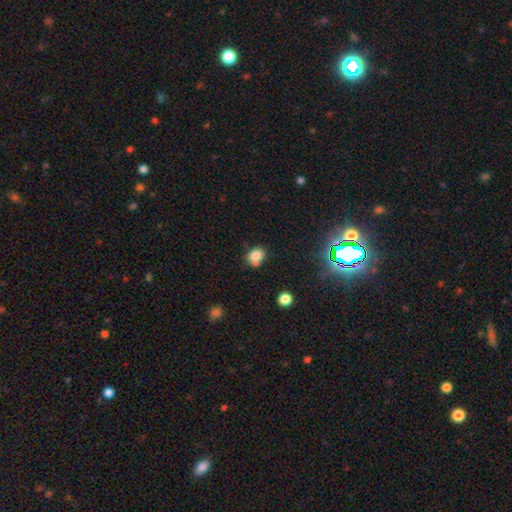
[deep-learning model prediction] Smooth or featured?
  - smooth: 78% *
  - star or artifact: 12%
  - featured or disk: 9%
How rounded?
  - round: 53% *
  - in between: 46%
  - cigar-shaped: 1%
Merging?
  - none: 55% *
  - merger: 25%
  - minor disturbance: 16%
  - major disturbance: 4%